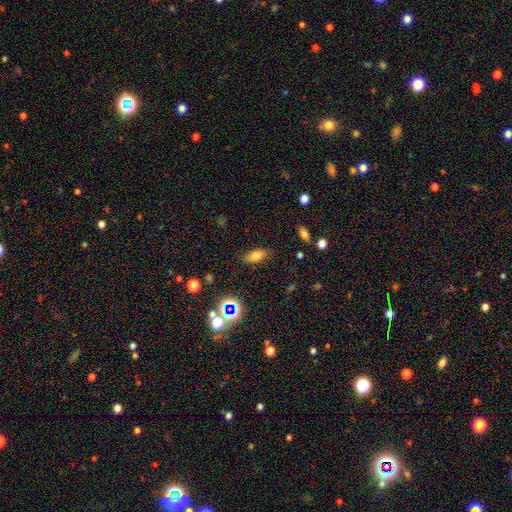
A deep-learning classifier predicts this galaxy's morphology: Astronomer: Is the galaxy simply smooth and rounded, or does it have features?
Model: smooth — 70%.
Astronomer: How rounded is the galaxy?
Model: in between — 81%.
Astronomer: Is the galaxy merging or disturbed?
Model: none — 81%.